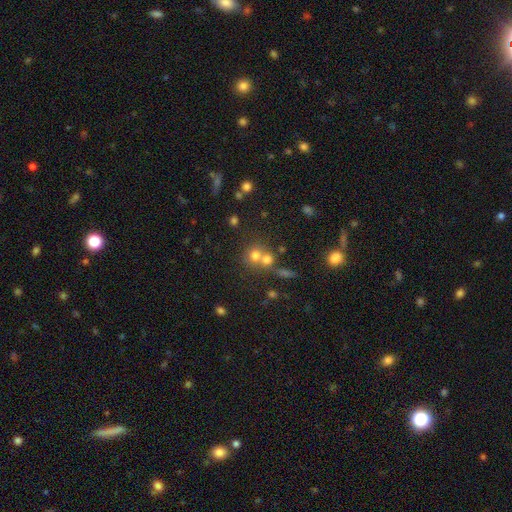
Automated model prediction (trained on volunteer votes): A smooth galaxy with no disk features (70%) that is round (83%). Merging: merger (48%).